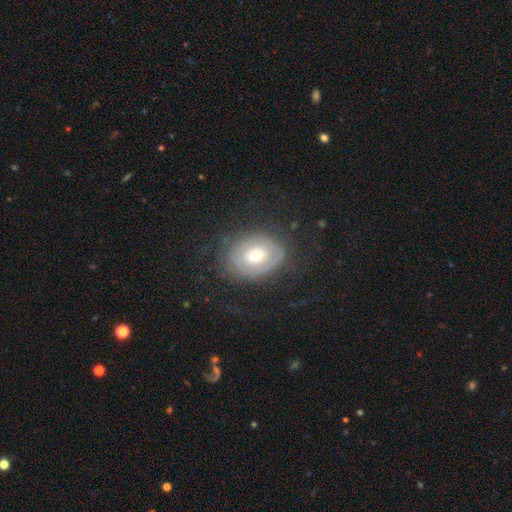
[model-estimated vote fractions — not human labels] smooth-or-featured: featured or disk: 57% | smooth: 35% | star or artifact: 8%
  disk-edge-on: no: 94% | yes: 6%
    bar: no: 80% | weak: 16% | strong: 4%
    has-spiral-arms: yes: 51% | no: 49%
    bulge-size: moderate: 62% | small: 25% | large: 9% | dominant: 2% | none: 1%
  merging: none: 71% | minor disturbance: 18% | major disturbance: 10% | merger: 1%